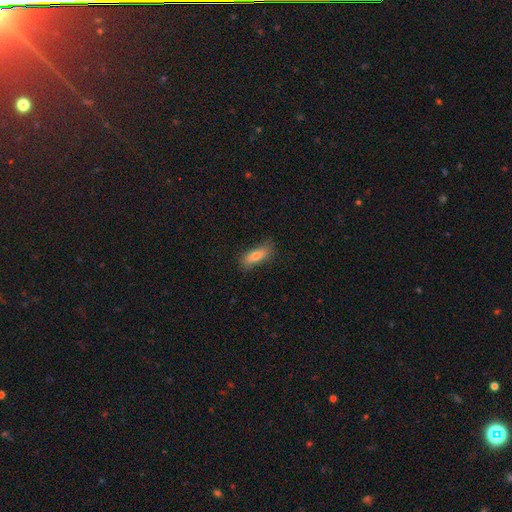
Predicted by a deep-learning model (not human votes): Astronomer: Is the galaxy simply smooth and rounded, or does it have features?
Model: smooth — 77%.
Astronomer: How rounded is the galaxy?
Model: in between — 65%.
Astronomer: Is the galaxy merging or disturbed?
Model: none — 77%.